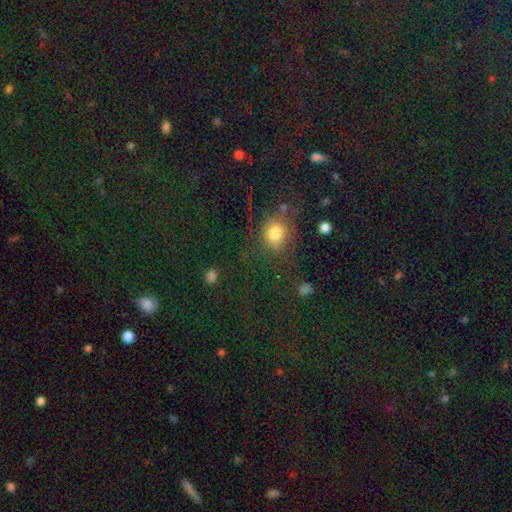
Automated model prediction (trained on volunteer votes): This appears to be a smooth galaxy with no disk features (58%) that is round (80%). Merging: none (80%).